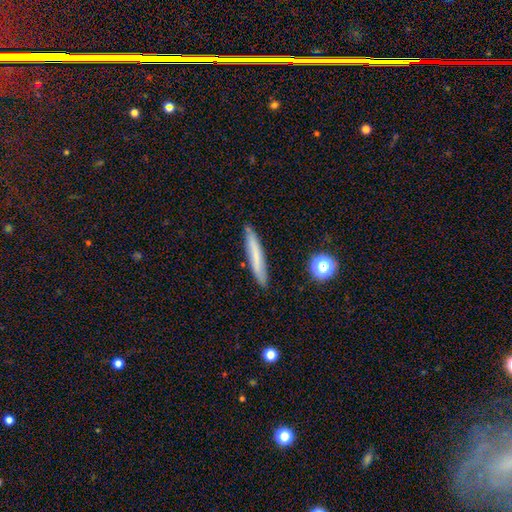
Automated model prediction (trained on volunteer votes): This is likely a smooth galaxy (66%). How rounded: clearly cigar-shaped (94%). Merging: clearly none (86%).